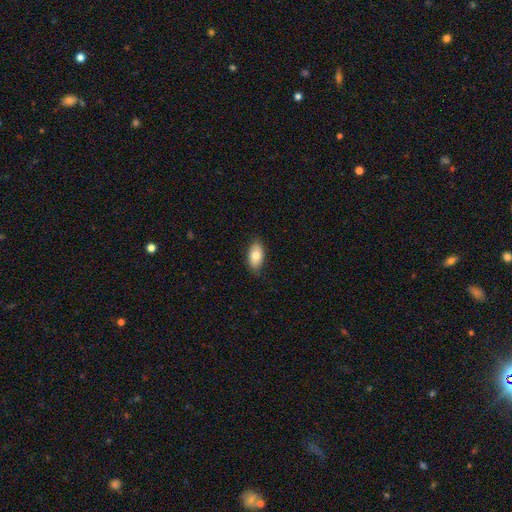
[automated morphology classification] A smooth galaxy with no disk features (78%) that is in between round and cigar-shaped (93%).

Vote fractions:
- Smooth or featured? smooth: 78% / featured or disk: 15% / star or artifact: 7%
- How rounded? in between: 93% / round: 4% / cigar-shaped: 3%
- Merging? none: 82% / minor disturbance: 14% / major disturbance: 2% / merger: 1%